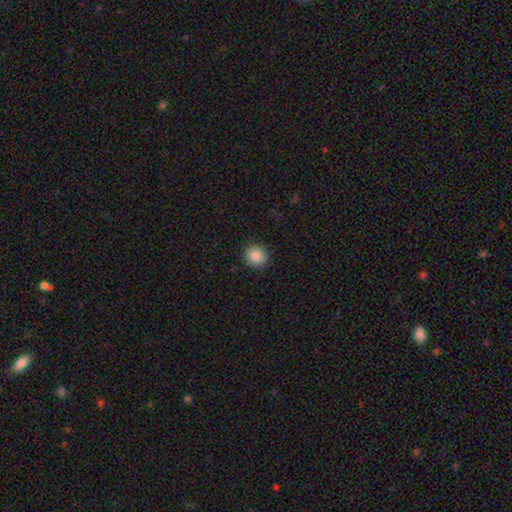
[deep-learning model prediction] Q: Smooth or featured?
A: smooth (87%); runner-up: star or artifact (9%)
Q: How rounded?
A: round (90%); runner-up: in between (9%)
Q: Merging?
A: none (91%); runner-up: minor disturbance (6%)